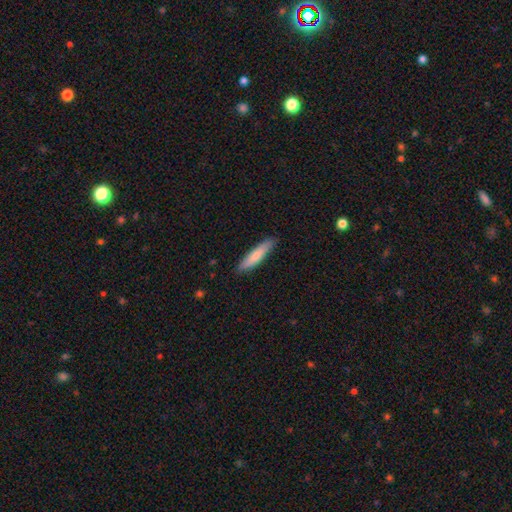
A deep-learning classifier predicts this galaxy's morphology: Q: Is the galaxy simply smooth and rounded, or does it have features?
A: smooth — 77%.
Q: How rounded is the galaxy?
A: cigar-shaped — 82%.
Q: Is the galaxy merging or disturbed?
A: none — 87%.